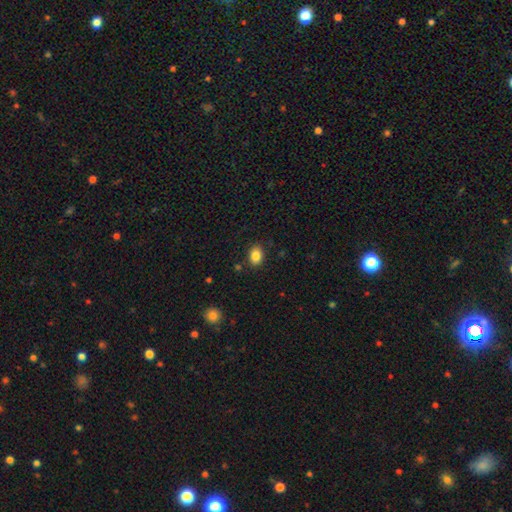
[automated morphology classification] smooth 85%, star or artifact 9%, featured or disk 6%. Down the decision tree: how rounded — in between (71%); merging — none (85%).